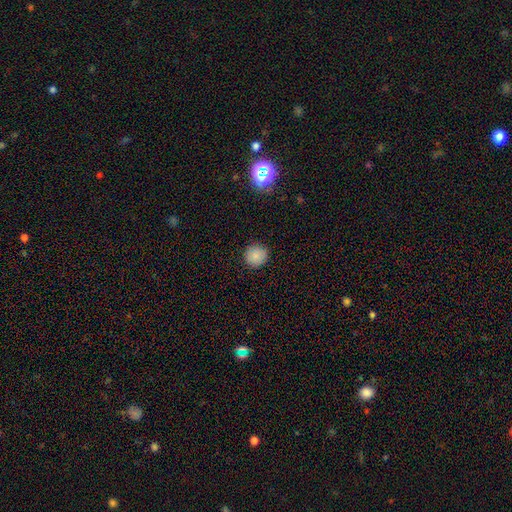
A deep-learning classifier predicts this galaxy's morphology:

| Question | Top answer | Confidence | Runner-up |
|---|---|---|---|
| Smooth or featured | smooth | 84% | star or artifact (11%) |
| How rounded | round | 92% | in between (8%) |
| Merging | none | 89% | minor disturbance (8%) |